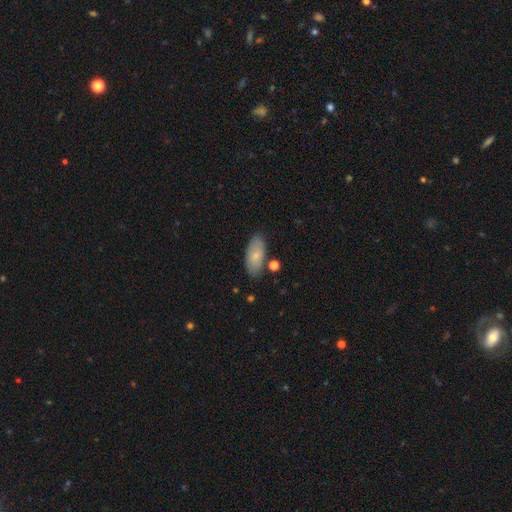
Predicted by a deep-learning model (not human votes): Smooth or featured? smooth (72%)
How rounded? in between (90%)
Merging? none (77%)